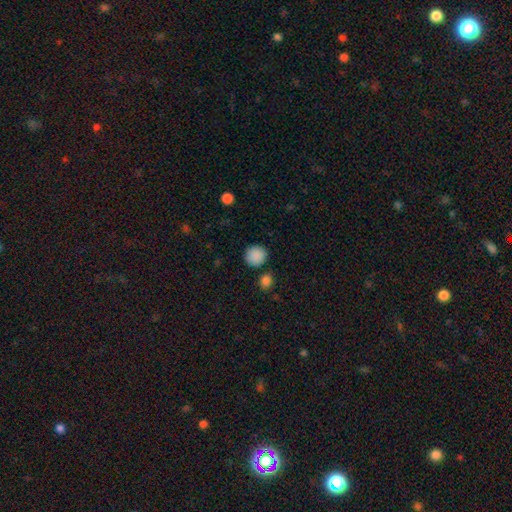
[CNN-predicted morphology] Smooth or featured?
  - smooth: 88% *
  - star or artifact: 9%
  - featured or disk: 3%
How rounded?
  - round: 91% *
  - in between: 8%
  - cigar-shaped: 1%
Merging?
  - none: 83% *
  - minor disturbance: 9%
  - merger: 5%
  - major disturbance: 3%